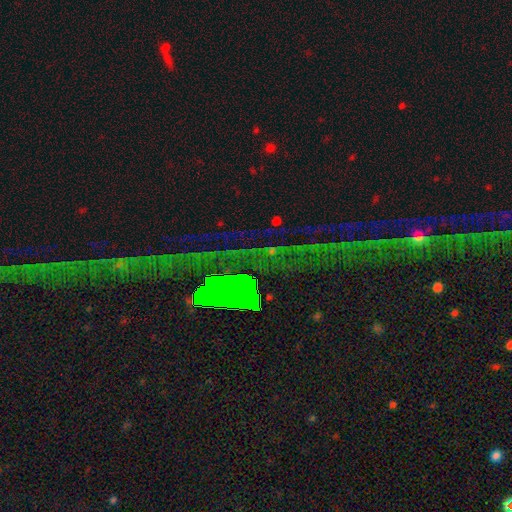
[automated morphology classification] This is clearly a star or artifact rather than a galaxy (81%).